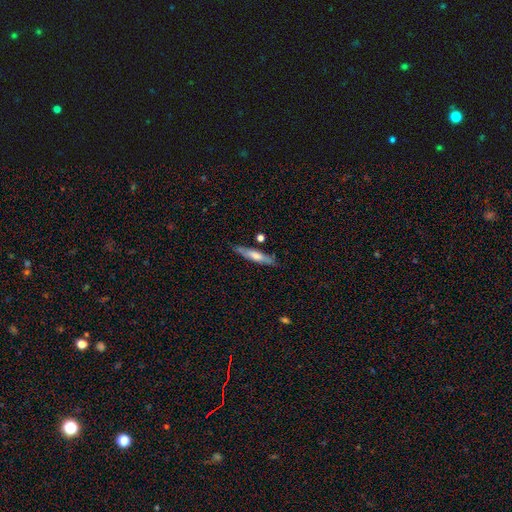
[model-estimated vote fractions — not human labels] A smooth galaxy with no disk features (53%) that is cigar-shaped (86%).

Vote fractions:
- Smooth or featured? smooth: 53% / featured or disk: 41% / star or artifact: 6%
- How rounded? cigar-shaped: 86% / in between: 13% / round: 2%
- Merging? none: 82% / minor disturbance: 13% / merger: 3% / major disturbance: 2%